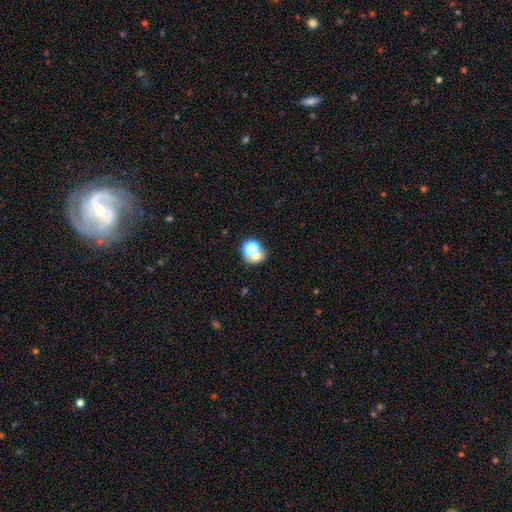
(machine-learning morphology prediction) This is likely a smooth galaxy (61%). How rounded: likely round (73%). Merging: possibly none (50%).